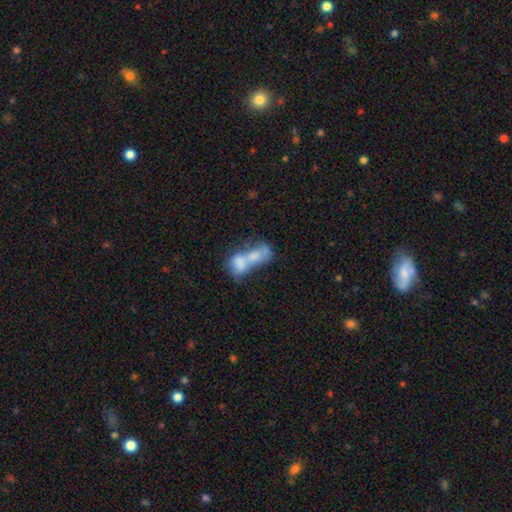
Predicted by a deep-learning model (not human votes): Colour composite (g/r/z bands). It shows a smooth galaxy with no disk features (61%) that is in between round and cigar-shaped (79%). Merging: merger (78%).